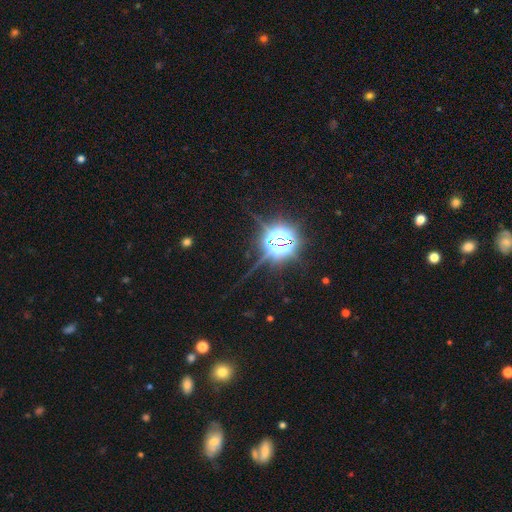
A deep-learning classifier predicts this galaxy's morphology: A star or artifact, not a galaxy (83%).